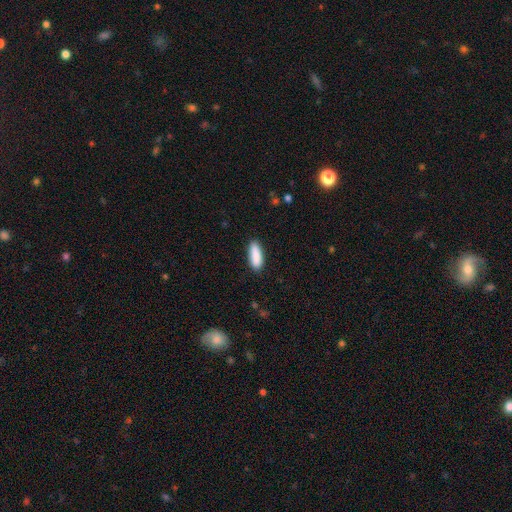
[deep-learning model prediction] Smooth or featured?
  - smooth: 89% *
  - star or artifact: 6%
  - featured or disk: 4%
How rounded?
  - in between: 65% *
  - cigar-shaped: 33%
  - round: 2%
Merging?
  - none: 87% *
  - minor disturbance: 10%
  - major disturbance: 2%
  - merger: 1%